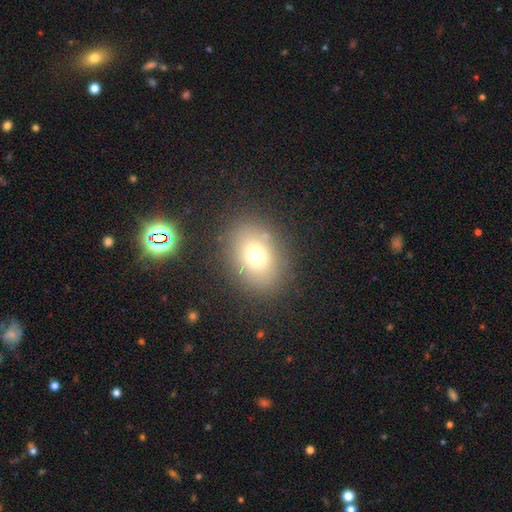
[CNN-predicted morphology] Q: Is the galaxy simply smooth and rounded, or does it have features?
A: smooth — 72%.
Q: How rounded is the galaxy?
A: in between — 66%.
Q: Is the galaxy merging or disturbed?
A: none — 81%.